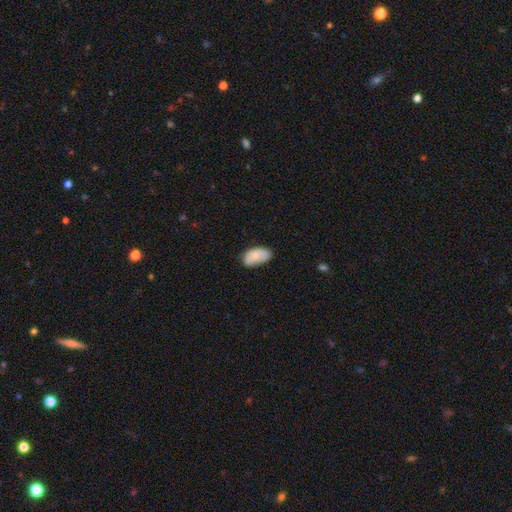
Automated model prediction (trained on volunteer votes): smooth_or_featured: smooth (p=0.79) [alt: featured or disk p=0.14]
how_rounded: in between (p=0.94) [alt: round p=0.04]
merging: none (p=0.67) [alt: minor disturbance p=0.27]